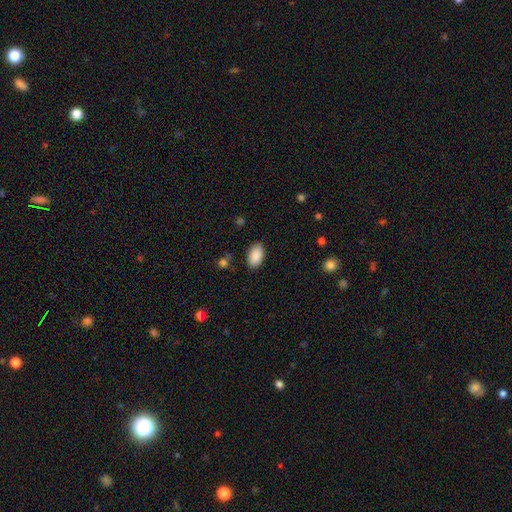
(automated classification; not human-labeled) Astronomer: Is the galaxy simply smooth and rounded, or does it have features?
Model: smooth — 90%.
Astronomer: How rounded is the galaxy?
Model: in between — 94%.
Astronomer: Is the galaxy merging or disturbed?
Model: none — 86%.